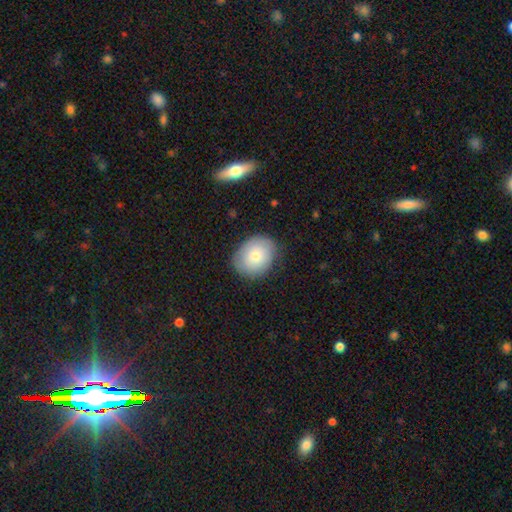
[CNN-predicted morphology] A smooth galaxy with no disk features (76%) that is in between round and cigar-shaped (51%).

Vote fractions:
- Smooth or featured? smooth: 76% / featured or disk: 17% / star or artifact: 7%
- How rounded? in between: 51% / round: 48% / cigar-shaped: 1%
- Merging? none: 78% / minor disturbance: 17% / major disturbance: 4% / merger: 1%